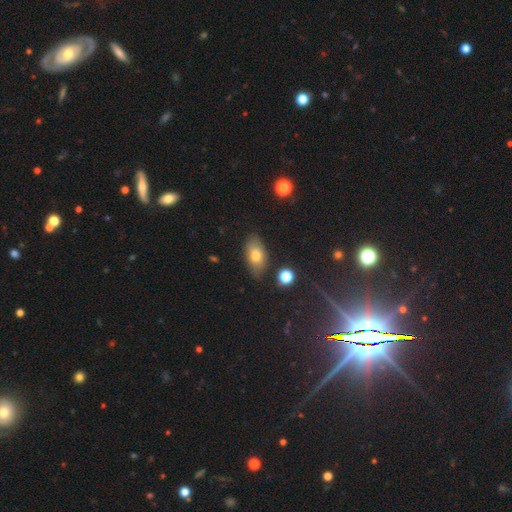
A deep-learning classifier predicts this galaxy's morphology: The model was most divided on "smooth or featured": smooth: 74%, featured or disk: 17%, star or artifact: 9%. More confident: how rounded — in between (88%); merging — none (78%).